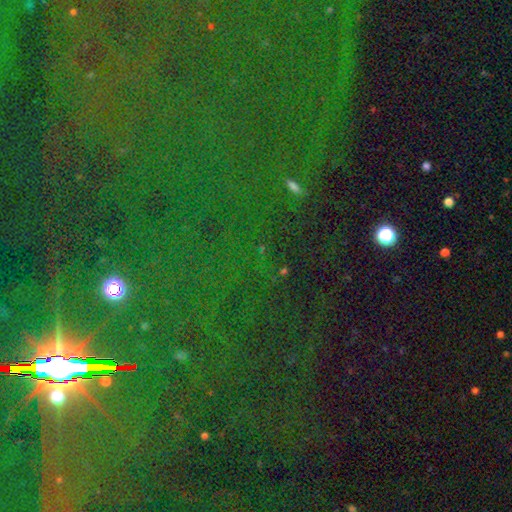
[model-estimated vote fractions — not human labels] The model was most divided on "smooth or featured": star or artifact: 84%, smooth: 9%, featured or disk: 7%.